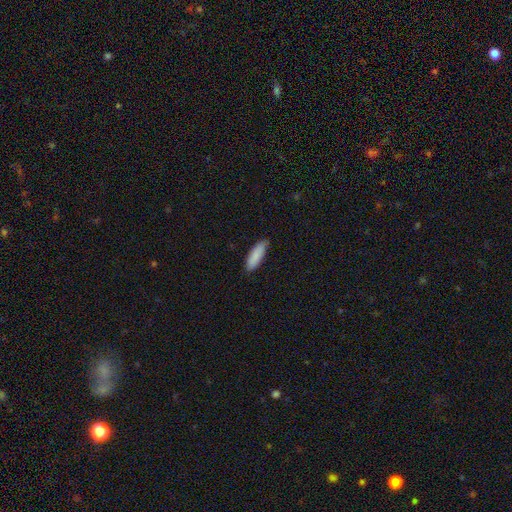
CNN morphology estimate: Smooth or featured? smooth (87%)
How rounded? in between (53%)
Merging? none (82%)